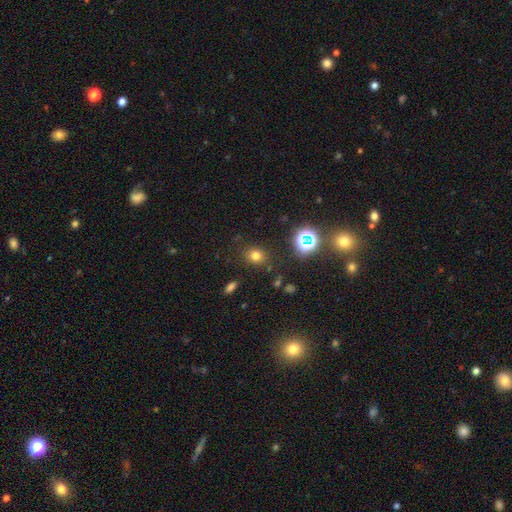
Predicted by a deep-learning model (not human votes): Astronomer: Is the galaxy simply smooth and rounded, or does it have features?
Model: smooth — 72%.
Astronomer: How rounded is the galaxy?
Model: round — 68%.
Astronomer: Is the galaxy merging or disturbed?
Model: none — 84%.